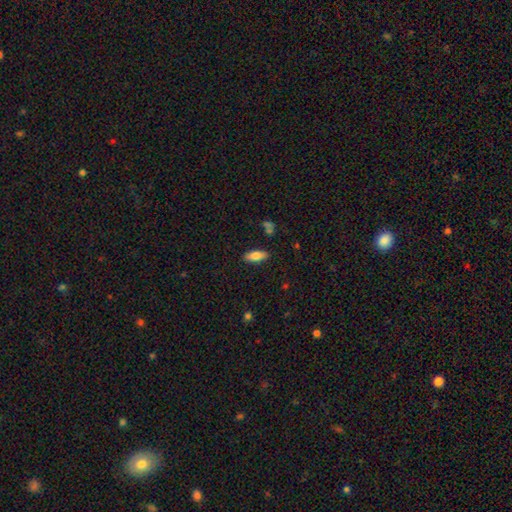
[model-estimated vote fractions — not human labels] smooth_or_featured: smooth (p=0.79) [alt: featured or disk p=0.14]
how_rounded: in between (p=0.77) [alt: cigar-shaped p=0.21]
merging: none (p=0.86) [alt: minor disturbance p=0.10]